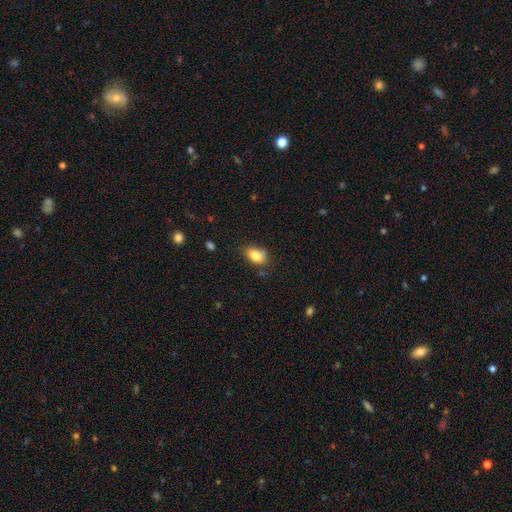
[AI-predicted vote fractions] smooth-or-featured: smooth: 82% | featured or disk: 9% | star or artifact: 9%
  how-rounded: in between: 85% | round: 13% | cigar-shaped: 2%
  merging: none: 69% | minor disturbance: 23% | major disturbance: 5% | merger: 4%